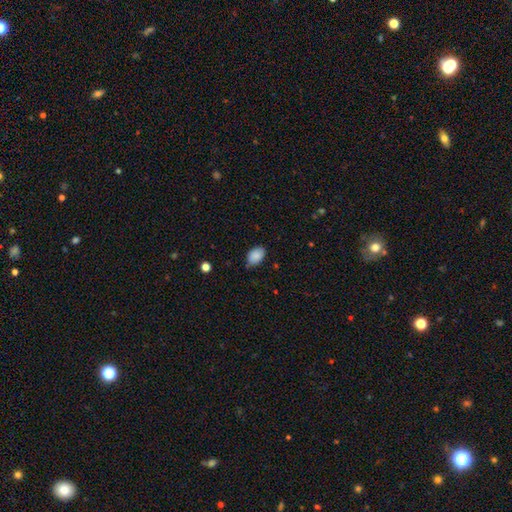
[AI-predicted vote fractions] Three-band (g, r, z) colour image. It shows a smooth galaxy with no disk features (88%) that is in between round and cigar-shaped (89%). Merging: none (76%).